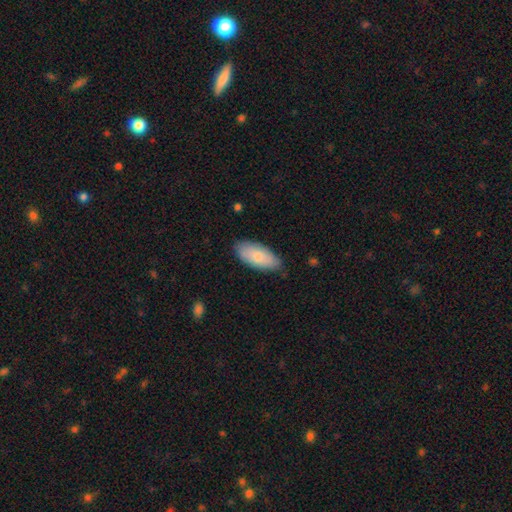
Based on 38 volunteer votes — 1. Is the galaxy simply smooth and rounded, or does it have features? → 66% smooth, 26% featured or disk, 8% star or artifact.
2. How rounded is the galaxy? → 96% in between, 4% cigar-shaped, 0% round.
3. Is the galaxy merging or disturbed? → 77% none, 11% minor disturbance, 9% merger, 3% major disturbance.